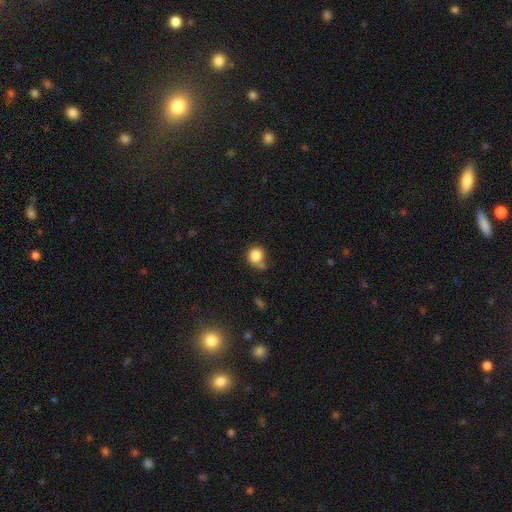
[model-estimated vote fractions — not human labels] A smooth galaxy with no disk features (83%) that is round (86%). Merging: none (56%).